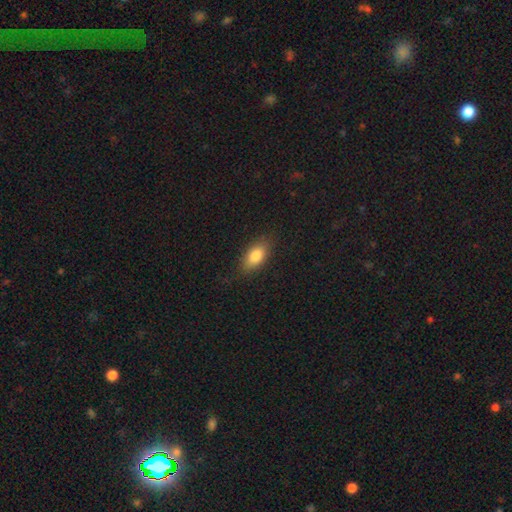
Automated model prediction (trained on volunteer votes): smooth-or-featured: smooth: 81% | featured or disk: 11% | star or artifact: 8%
  how-rounded: in between: 87% | cigar-shaped: 7% | round: 6%
  merging: none: 81% | minor disturbance: 14% | major disturbance: 4% | merger: 1%